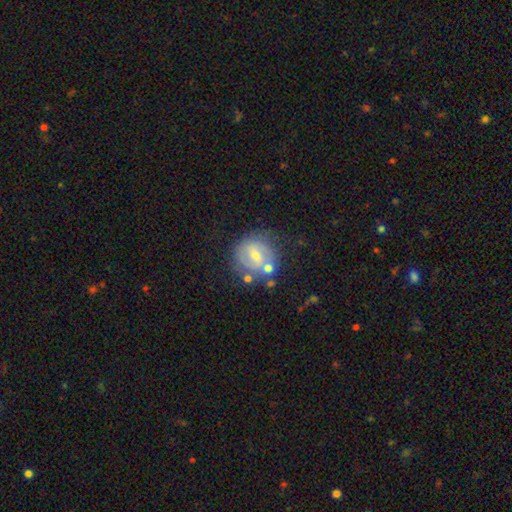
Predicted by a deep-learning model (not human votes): smooth_or_featured: featured or disk (p=0.64) [alt: smooth p=0.28]
disk_edge_on: no (p=0.97) [alt: yes p=0.03]
bar: weak (p=0.52) [alt: strong p=0.25]
has_spiral_arms: yes (p=0.75) [alt: no p=0.25]
bulge_size: small (p=0.51) [alt: moderate p=0.43]
merging: none (p=0.64) [alt: minor disturbance p=0.18]